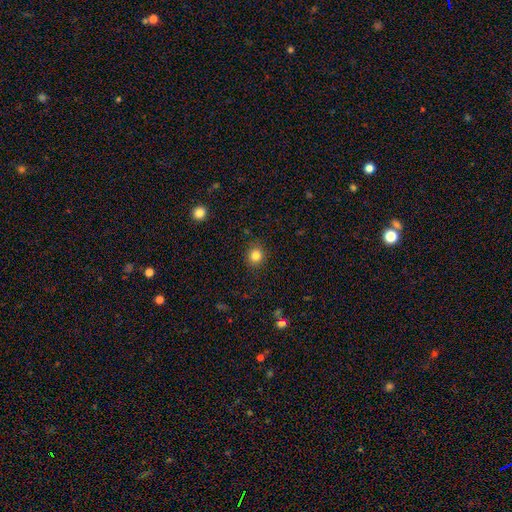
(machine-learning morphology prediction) Smooth or featured? smooth (83%)
How rounded? round (85%)
Merging? none (89%)